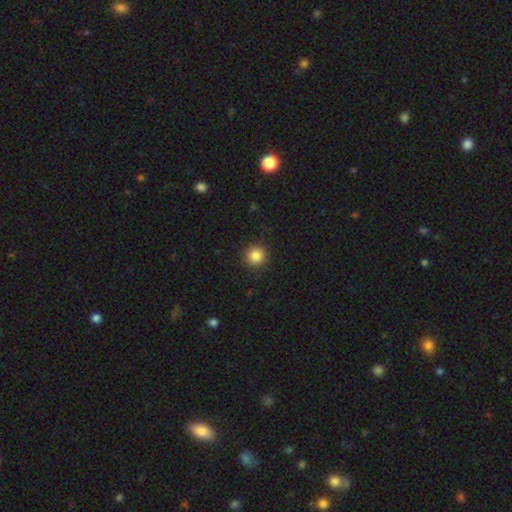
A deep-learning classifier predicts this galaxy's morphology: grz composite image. It shows a smooth galaxy with no disk features (86%) that is round (95%). Merging: none (91%).